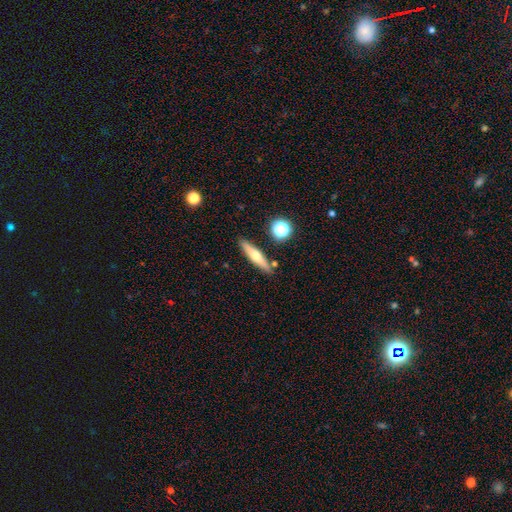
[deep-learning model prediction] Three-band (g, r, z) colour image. It shows a smooth galaxy with no disk features (51%) that is cigar-shaped (81%). Merging: none (85%).